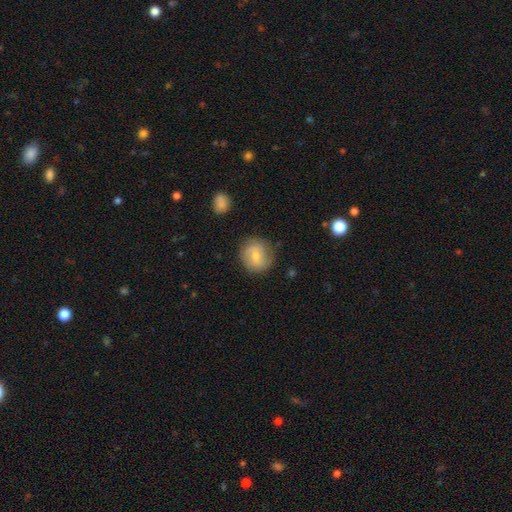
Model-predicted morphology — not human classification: A smooth galaxy with no disk features (53%) that is round (87%).

Vote fractions:
- Smooth or featured? smooth: 53% / featured or disk: 40% / star or artifact: 7%
- How rounded? round: 87% / in between: 12% / cigar-shaped: 1%
- Merging? none: 79% / minor disturbance: 15% / major disturbance: 5% / merger: 2%